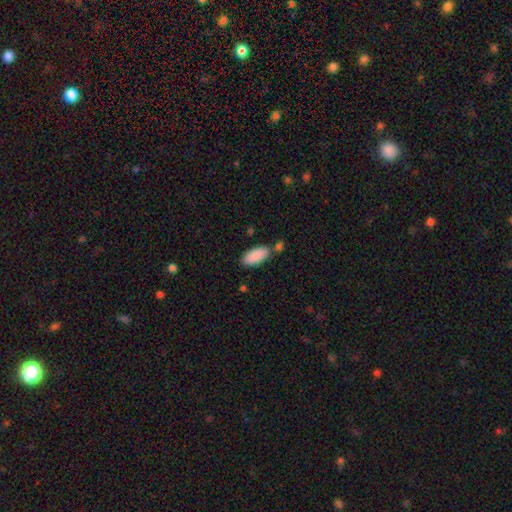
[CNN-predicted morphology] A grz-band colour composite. It shows a smooth galaxy with no disk features (89%) that is in between round and cigar-shaped (86%). Merging: none (71%).